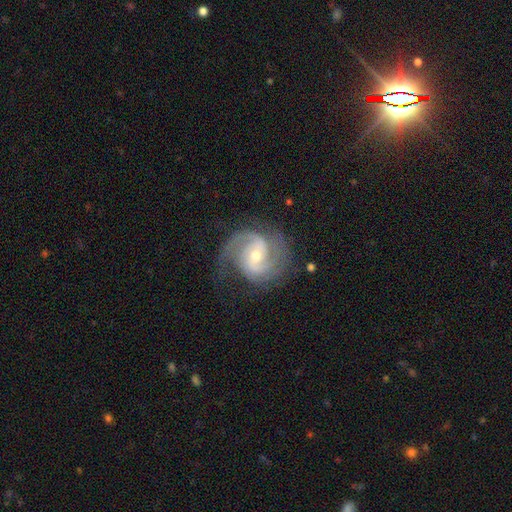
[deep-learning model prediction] Morphology: type=featured or disk (90%); edge-on=no (98%); bar=weak (44%); spiral arms=yes (98%); winding=medium (49%); arm count=2 (67%); bulge=moderate (52%); merging=none (71%).